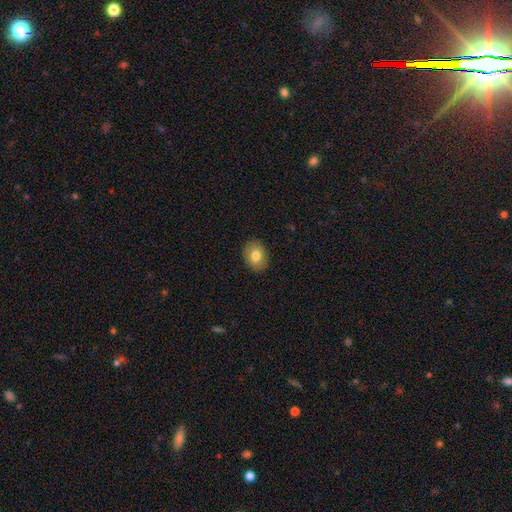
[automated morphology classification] The model was most divided on "how rounded": in between: 65%, round: 34%, cigar-shaped: 1%. More confident: merging — none (89%); smooth or featured — smooth (79%).